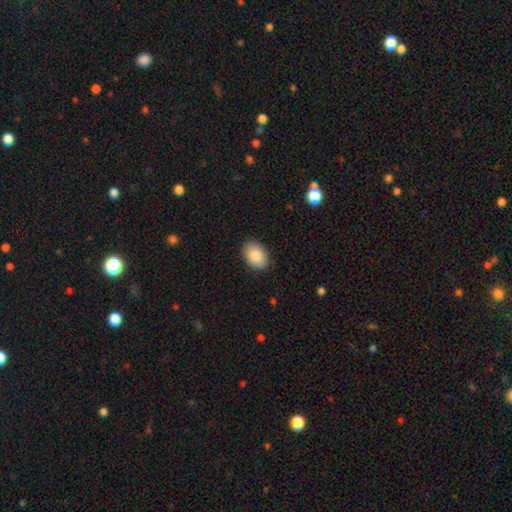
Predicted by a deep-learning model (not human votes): smooth 86%, featured or disk 7%, star or artifact 7%. Down the decision tree: how rounded — in between (84%); merging — none (88%).